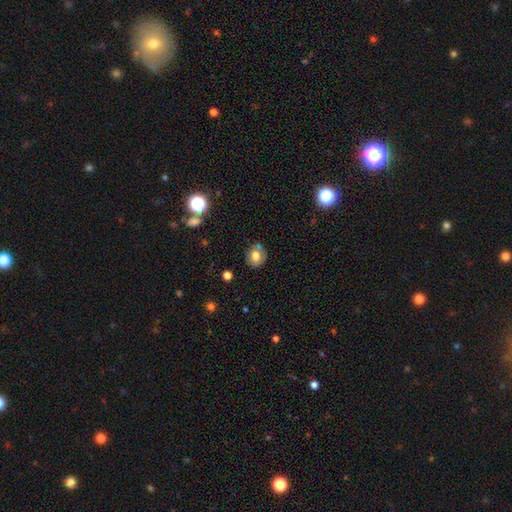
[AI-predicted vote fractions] Smooth or featured? smooth (75%)
How rounded? round (73%)
Merging? none (69%)